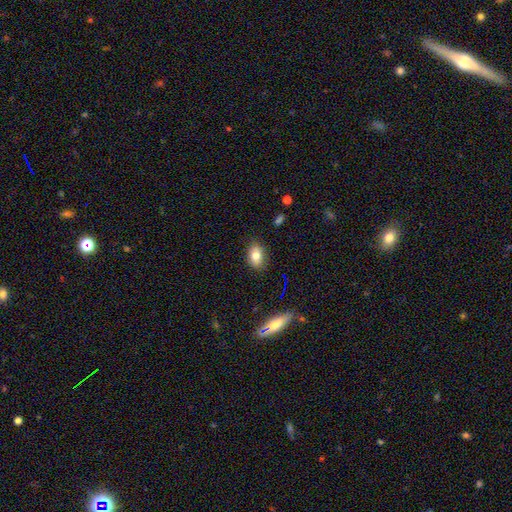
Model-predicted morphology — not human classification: smooth 77%, featured or disk 13%, star or artifact 10%. Down the decision tree: how rounded — in between (79%); merging — none (82%).